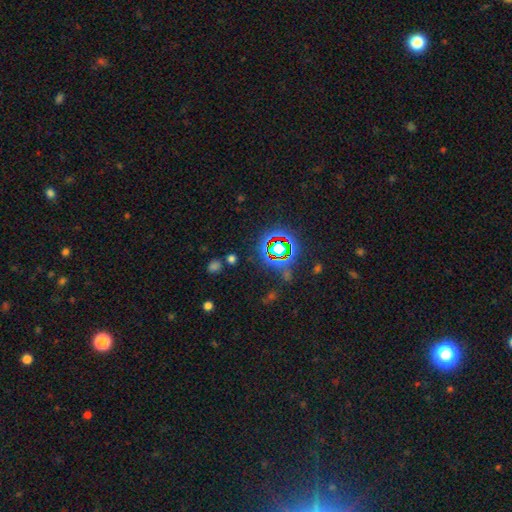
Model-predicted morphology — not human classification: A star or artifact, not a galaxy (61%).

Vote fractions:
- Smooth or featured? star or artifact: 61% / smooth: 20% / featured or disk: 20%